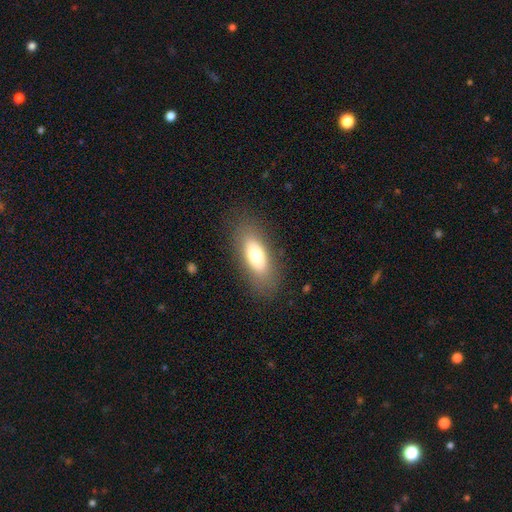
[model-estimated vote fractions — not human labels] Smooth or featured? Predicted: smooth (p=0.71). How rounded? Predicted: in between (p=0.76). Merging? Predicted: none (p=0.83).